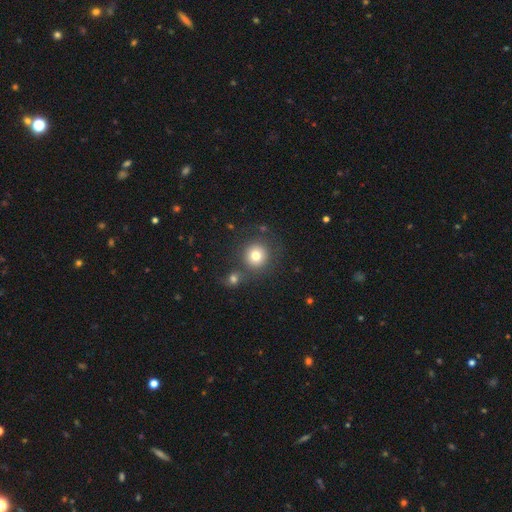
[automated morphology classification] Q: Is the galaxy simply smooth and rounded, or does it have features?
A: smooth — 77%.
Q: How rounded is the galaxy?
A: round — 93%.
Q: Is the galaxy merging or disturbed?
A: none — 73%.